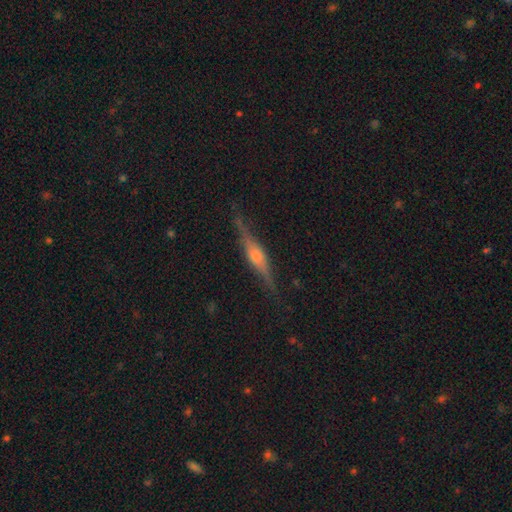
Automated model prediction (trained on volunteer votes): This is likely a featured or disk galaxy (78%). It is clearly viewed edge-on (97%). Edge-on bulge: likely rounded (80%). Merging: clearly none (85%).